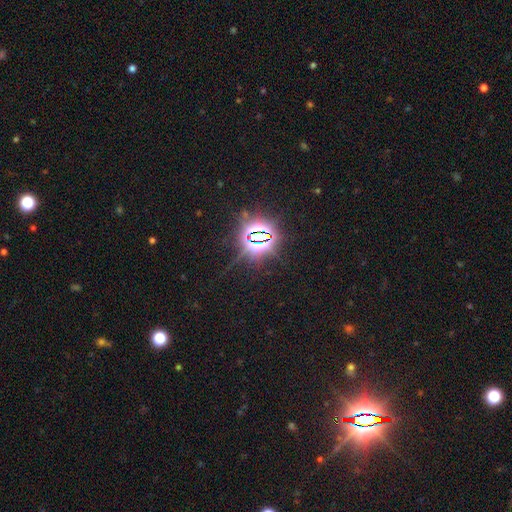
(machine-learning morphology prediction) A star or artifact, not a galaxy (83%).

Vote fractions:
- Smooth or featured? star or artifact: 83% / smooth: 11% / featured or disk: 6%